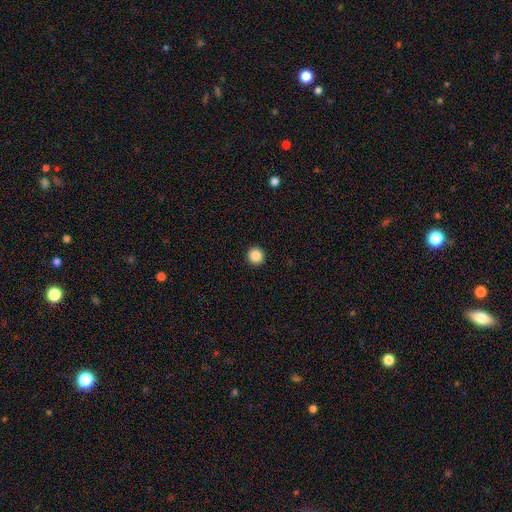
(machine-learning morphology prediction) Smooth or featured? Predicted: smooth (p=0.87). How rounded? Predicted: round (p=0.95). Merging? Predicted: none (p=0.94).